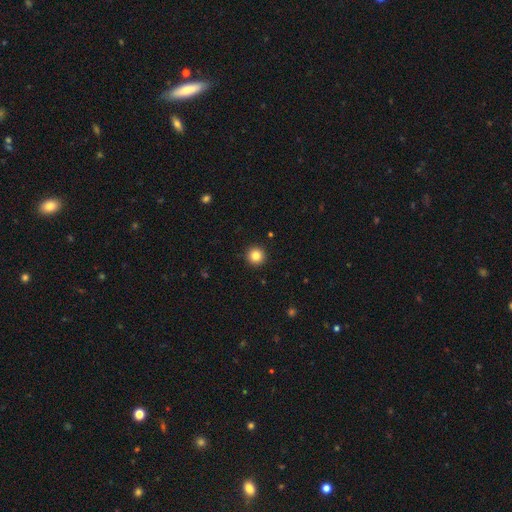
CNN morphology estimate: type=smooth (84%); roundness=round (96%); merging=none (93%).